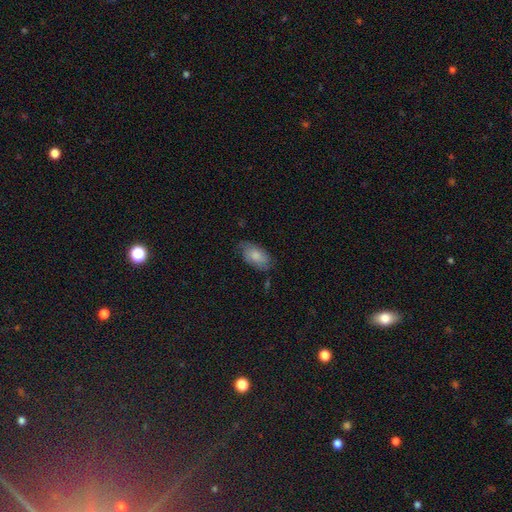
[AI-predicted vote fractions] smooth_or_featured: smooth (p=0.72) [alt: featured or disk p=0.21]
how_rounded: in between (p=0.92) [alt: round p=0.04]
merging: none (p=0.63) [alt: minor disturbance p=0.28]